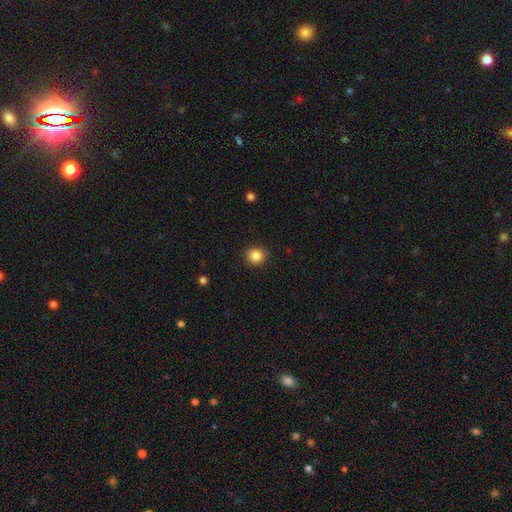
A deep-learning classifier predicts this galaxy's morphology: Overall: smooth (86%). How rounded: round (88%). Merging: none (88%).